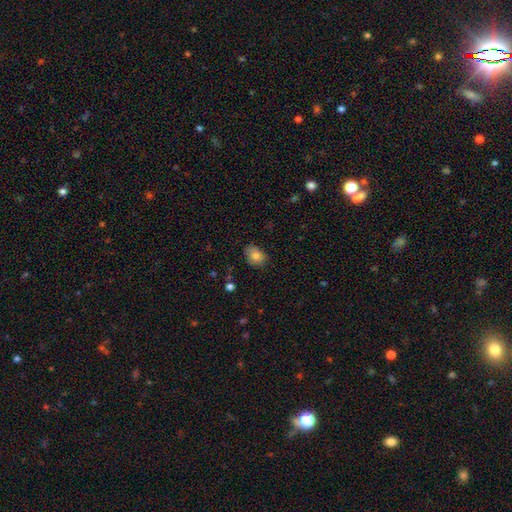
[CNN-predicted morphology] smooth_or_featured: smooth (p=0.82) [alt: featured or disk p=0.09]
how_rounded: in between (p=0.69) [alt: round p=0.30]
merging: none (p=0.75) [alt: minor disturbance p=0.20]